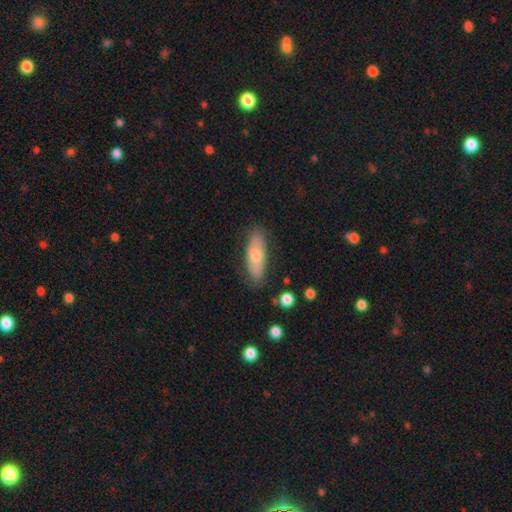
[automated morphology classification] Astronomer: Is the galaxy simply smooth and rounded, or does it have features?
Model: smooth — 62%.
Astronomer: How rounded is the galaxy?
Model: in between — 66%.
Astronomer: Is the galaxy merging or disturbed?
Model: none — 81%.